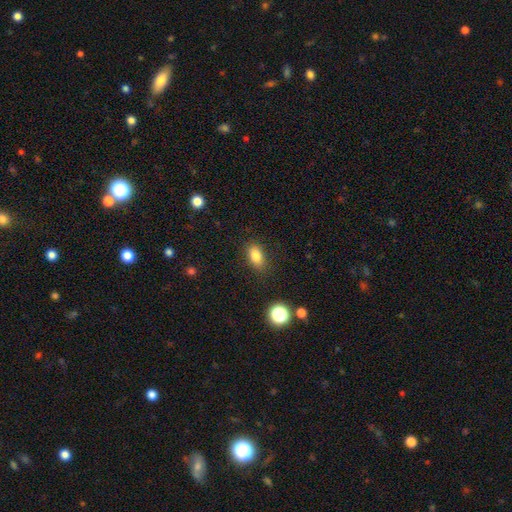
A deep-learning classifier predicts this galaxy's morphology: The model was most divided on "smooth or featured": smooth: 83%, star or artifact: 10%, featured or disk: 7%. More confident: merging — none (85%); how rounded — in between (85%).